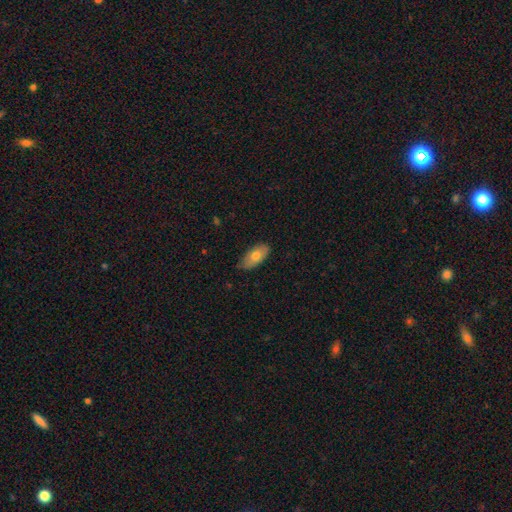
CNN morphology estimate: Smooth or featured?
  - smooth: 73% *
  - featured or disk: 21%
  - star or artifact: 7%
How rounded?
  - in between: 90% *
  - cigar-shaped: 7%
  - round: 3%
Merging?
  - none: 74% *
  - minor disturbance: 22%
  - major disturbance: 3%
  - merger: 1%